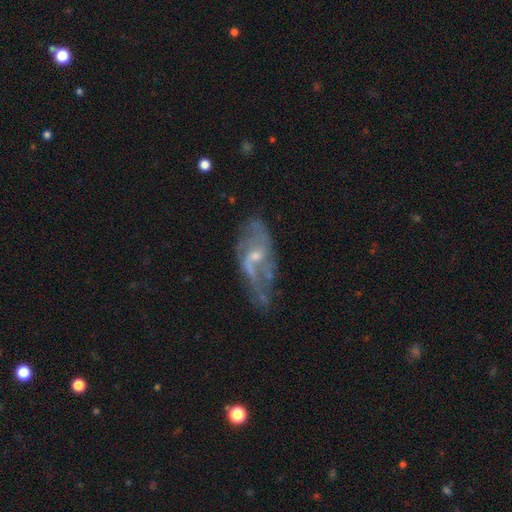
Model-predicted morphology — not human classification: Overall: featured or disk (82%). Edge-on disk: no (93%). Bar: weak (47%; no 43%). Spiral arms: yes (85%). Spiral arm count: 2 (65%). Spiral winding: loose (55%; medium 33%). Bulge size: small (59%; moderate 34%). Merging: none (49%; minor disturbance 26%).